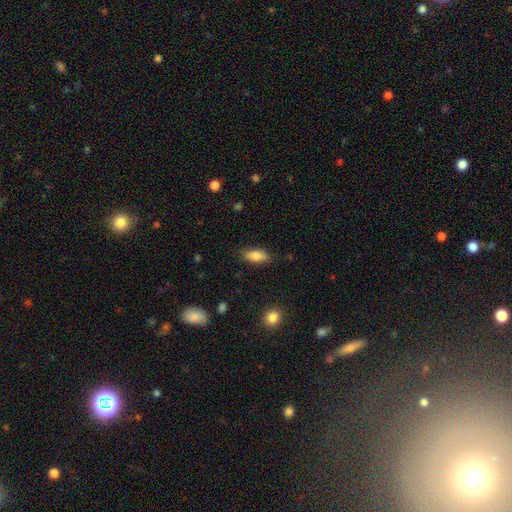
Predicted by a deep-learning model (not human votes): Q: Smooth or featured?
A: smooth (82%); runner-up: featured or disk (11%)
Q: How rounded?
A: in between (86%); runner-up: cigar-shaped (11%)
Q: Merging?
A: none (83%); runner-up: minor disturbance (13%)